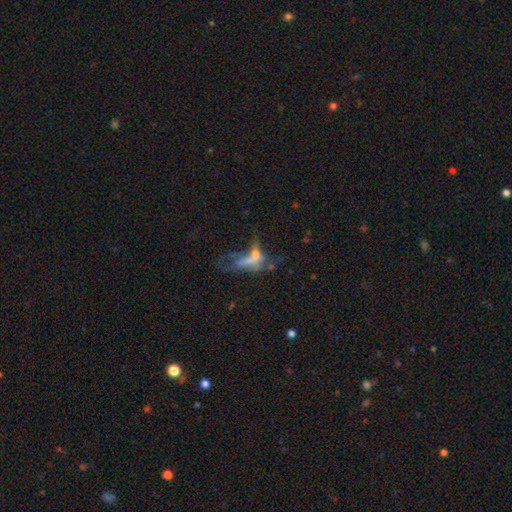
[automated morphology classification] Smooth or featured: featured or disk — 46% (smooth — 36%)
Merging: major disturbance — 43% (merger — 29%)